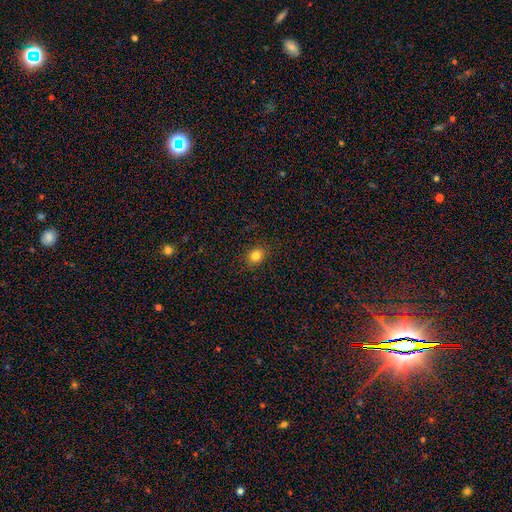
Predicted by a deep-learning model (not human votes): A smooth galaxy with no disk features (82%) that is in between round and cigar-shaped (55%). Merging: none (88%).